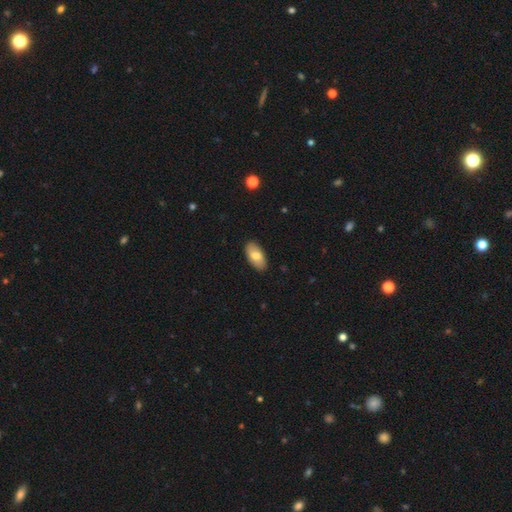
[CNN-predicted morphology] smooth-or-featured: smooth: 76% | featured or disk: 18% | star or artifact: 6%
  how-rounded: in between: 94% | cigar-shaped: 3% | round: 3%
  merging: none: 89% | minor disturbance: 9% | major disturbance: 2% | merger: 1%